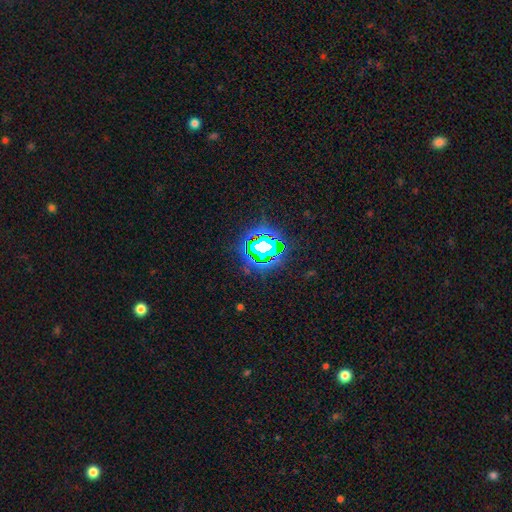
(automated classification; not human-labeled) Smooth or featured? star or artifact (81%)